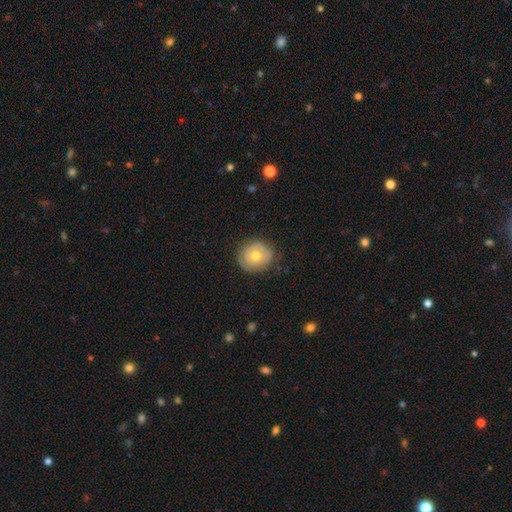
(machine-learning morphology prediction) type=smooth (52%); roundness=round (86%); merging=none (81%).